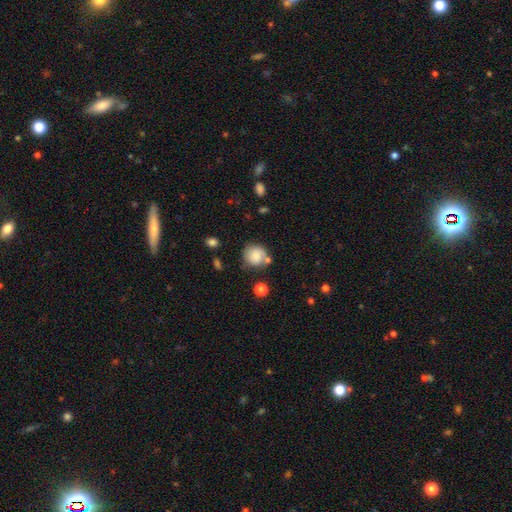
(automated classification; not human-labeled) A smooth galaxy with no disk features (79%) that is round (85%). Merging: none (62%).